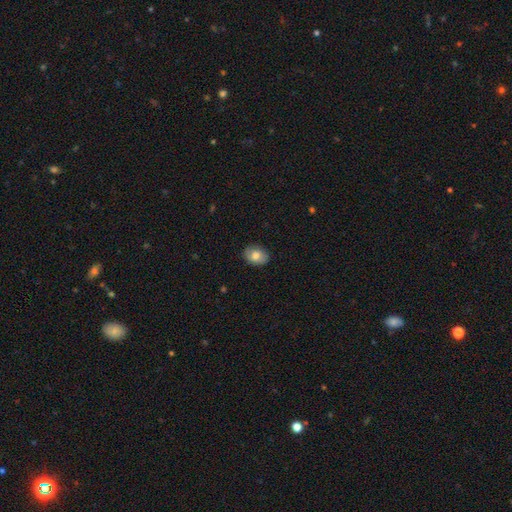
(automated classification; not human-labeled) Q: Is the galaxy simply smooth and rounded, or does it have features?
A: smooth — 77%.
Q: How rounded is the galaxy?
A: in between — 74%.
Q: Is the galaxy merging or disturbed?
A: none — 86%.